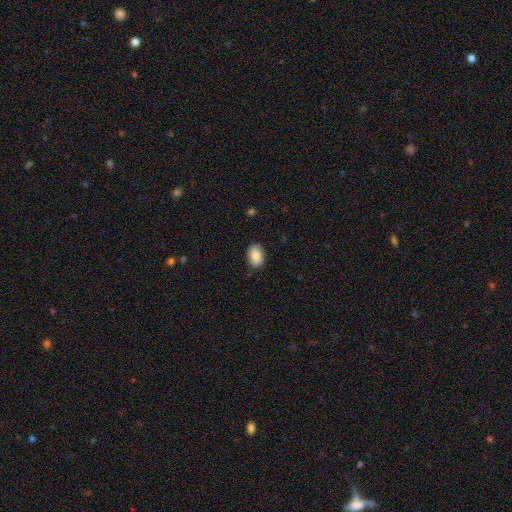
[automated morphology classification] Smooth or featured: smooth — 86% (star or artifact — 7%)
How rounded: in between — 83% (round — 16%)
Merging: none — 87% (minor disturbance — 10%)